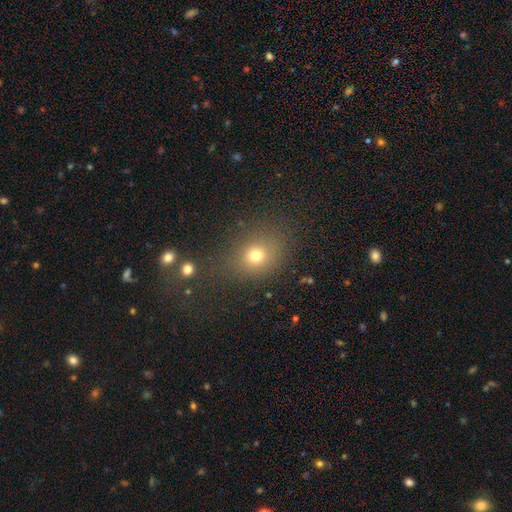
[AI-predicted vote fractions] This is likely a smooth galaxy (71%). How rounded: likely round (62%). Merging: likely none (74%).